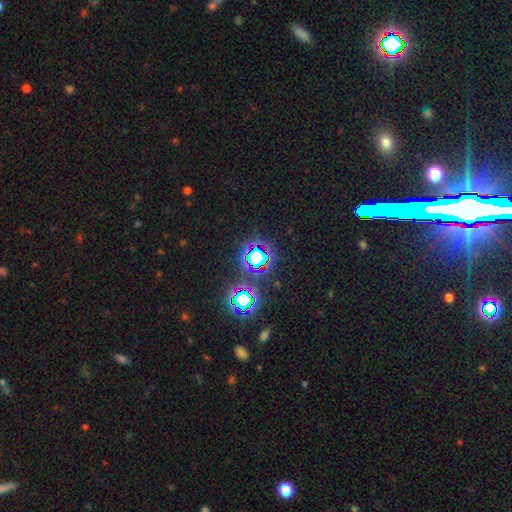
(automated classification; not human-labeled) This is likely a star or artifact rather than a galaxy (71%).